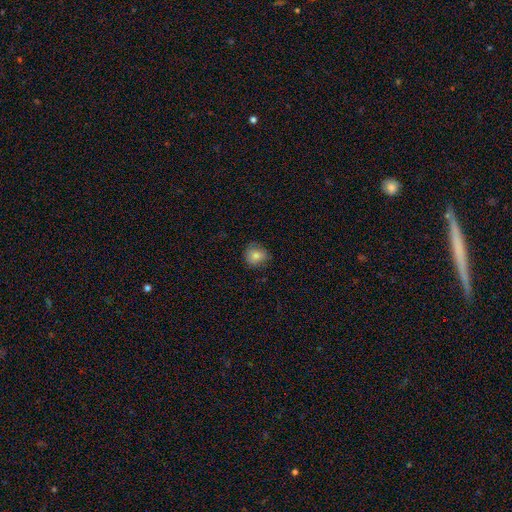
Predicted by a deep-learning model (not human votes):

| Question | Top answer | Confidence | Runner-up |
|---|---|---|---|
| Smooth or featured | smooth | 80% | star or artifact (10%) |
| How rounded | round | 83% | in between (16%) |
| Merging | none | 77% | minor disturbance (18%) |